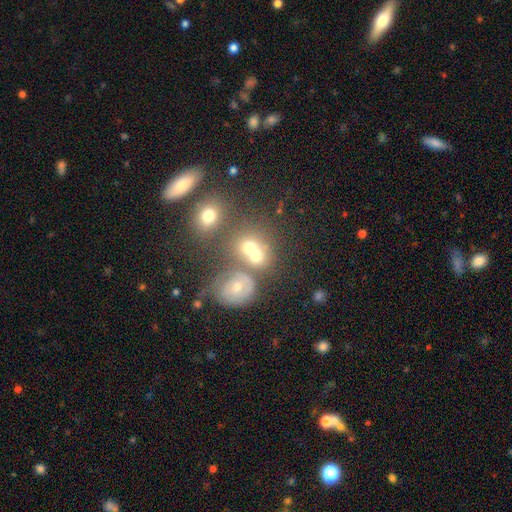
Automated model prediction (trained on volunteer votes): This appears to be a smooth galaxy with no disk features (61%) that is round (68%). Merging: merger (45%).